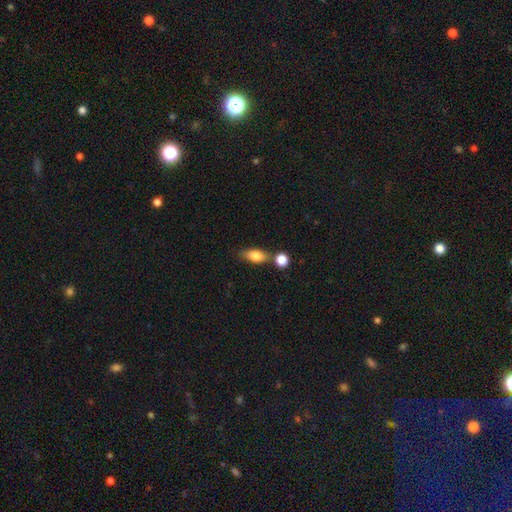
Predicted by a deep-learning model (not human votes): Smooth or featured?
  - smooth: 78% *
  - featured or disk: 14%
  - star or artifact: 8%
How rounded?
  - in between: 77% *
  - cigar-shaped: 14%
  - round: 10%
Merging?
  - none: 62% *
  - merger: 19%
  - minor disturbance: 15%
  - major disturbance: 5%